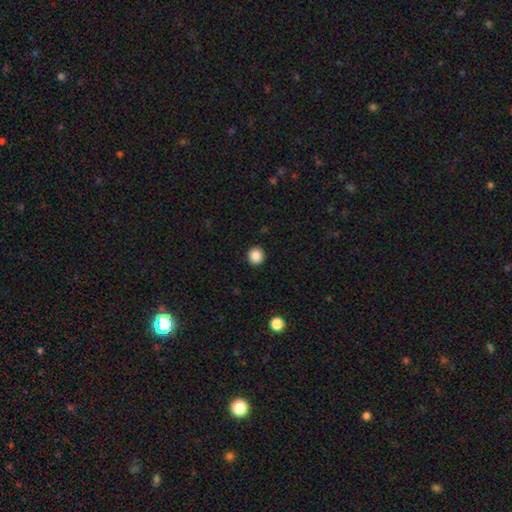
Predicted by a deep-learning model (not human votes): Smooth or featured?
  - smooth: 88% *
  - star or artifact: 9%
  - featured or disk: 3%
How rounded?
  - round: 90% *
  - in between: 9%
  - cigar-shaped: 1%
Merging?
  - none: 92% *
  - minor disturbance: 5%
  - major disturbance: 2%
  - merger: 1%